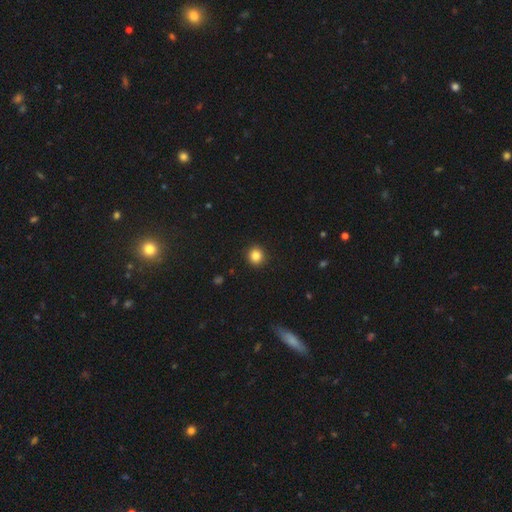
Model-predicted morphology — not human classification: Smooth or featured: smooth — 85% (star or artifact — 11%)
How rounded: round — 90% (in between — 9%)
Merging: none — 92% (minor disturbance — 6%)